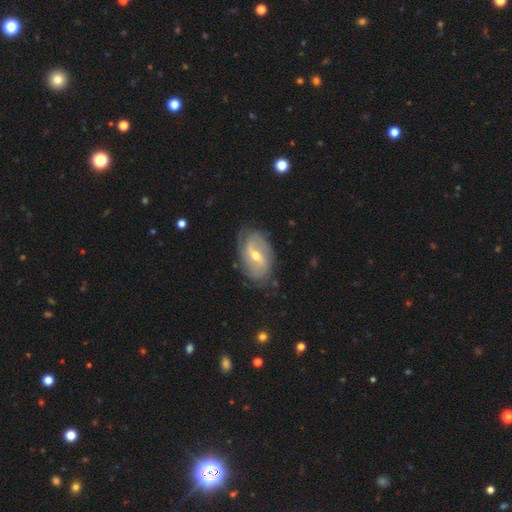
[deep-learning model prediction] Smooth or featured? featured or disk (79%)
Edge-on disk? no (95%)
Bar? weak (51%)
Spiral arms? yes (89%)
Spiral winding? medium (37%)
Spiral arm count? 2 (60%)
Bulge size? moderate (59%)
Merging? none (75%)